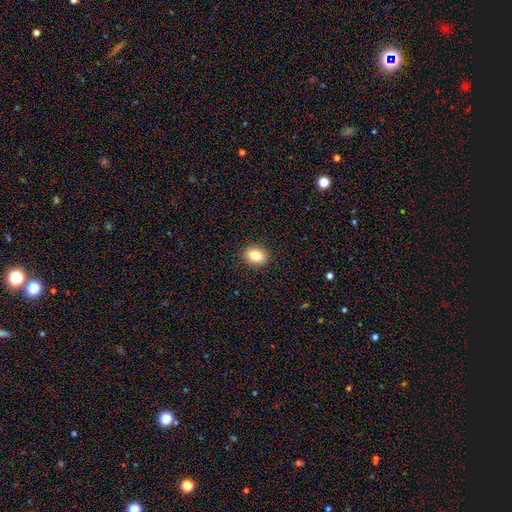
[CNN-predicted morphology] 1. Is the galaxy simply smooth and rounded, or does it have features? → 83% smooth, 9% star or artifact, 8% featured or disk.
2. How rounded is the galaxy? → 58% in between, 41% round, 1% cigar-shaped.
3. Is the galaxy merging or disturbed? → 91% none, 6% minor disturbance, 2% major disturbance, 1% merger.